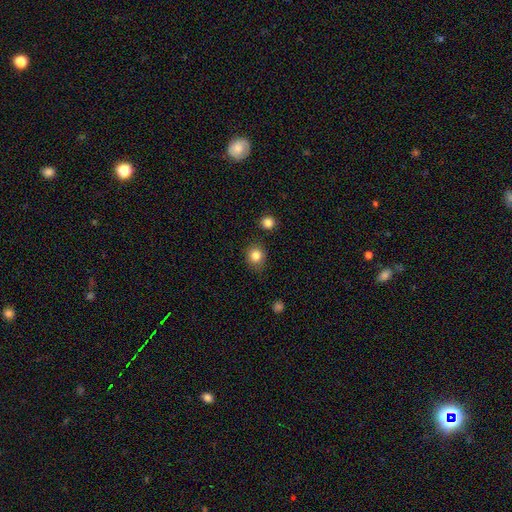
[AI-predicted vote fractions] A smooth galaxy with no disk features (83%) that is round (82%).

Vote fractions:
- Smooth or featured? smooth: 83% / star or artifact: 11% / featured or disk: 6%
- How rounded? round: 82% / in between: 17% / cigar-shaped: 1%
- Merging? none: 83% / minor disturbance: 12% / major disturbance: 3% / merger: 3%